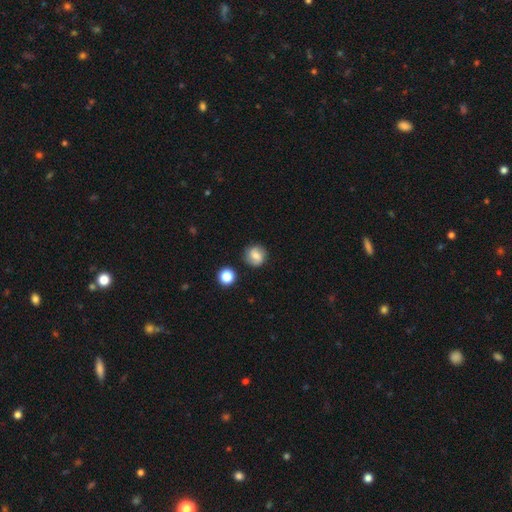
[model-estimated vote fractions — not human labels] A smooth galaxy with no disk features (56%) that is round (85%).

Vote fractions:
- Smooth or featured? smooth: 56% / featured or disk: 35% / star or artifact: 10%
- How rounded? round: 85% / in between: 14% / cigar-shaped: 1%
- Merging? none: 82% / minor disturbance: 12% / major disturbance: 3% / merger: 3%